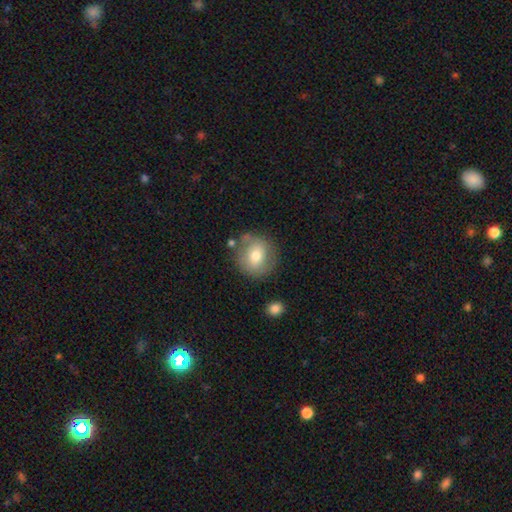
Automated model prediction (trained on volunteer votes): Smooth or featured?
  - smooth: 68% *
  - featured or disk: 24%
  - star or artifact: 8%
How rounded?
  - round: 86% *
  - in between: 13%
  - cigar-shaped: 1%
Merging?
  - none: 75% *
  - minor disturbance: 15%
  - merger: 5%
  - major disturbance: 5%